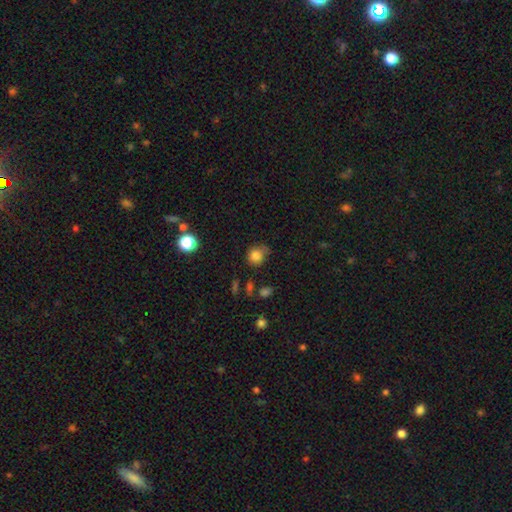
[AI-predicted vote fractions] Smooth or featured: smooth — 82% (star or artifact — 12%)
How rounded: round — 82% (in between — 17%)
Merging: none — 61% (minor disturbance — 27%)